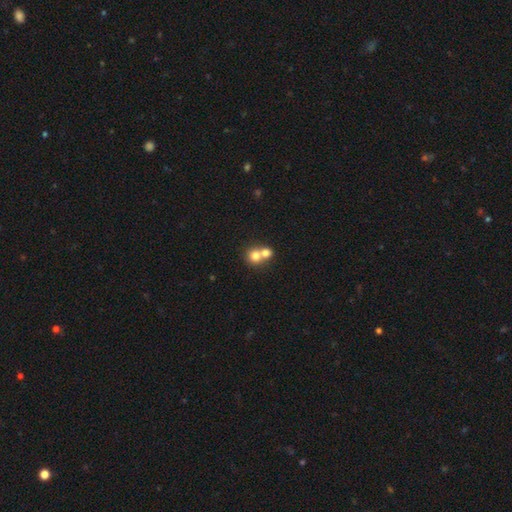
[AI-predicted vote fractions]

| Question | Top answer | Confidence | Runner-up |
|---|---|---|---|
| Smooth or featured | smooth | 74% | featured or disk (15%) |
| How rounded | round | 82% | in between (17%) |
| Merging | merger | 63% | none (30%) |